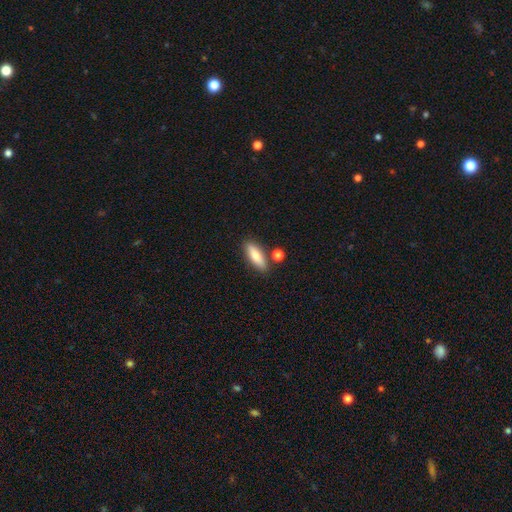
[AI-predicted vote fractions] This is likely a smooth galaxy (78%). How rounded: possibly in between (51%). Merging: likely none (78%).